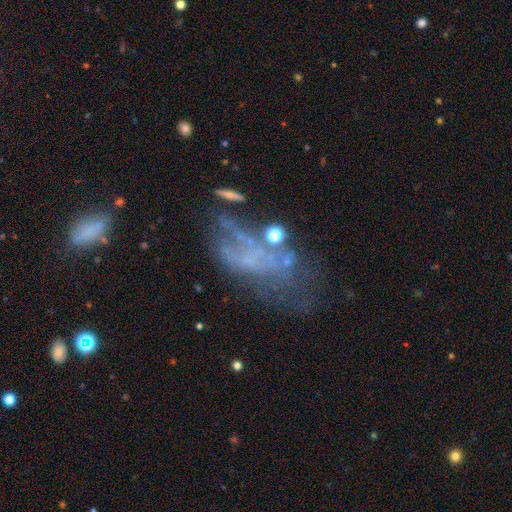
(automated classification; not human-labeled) Smooth or featured?
  - featured or disk: 57% *
  - smooth: 22%
  - star or artifact: 21%
Edge-on disk?
  - no: 95% *
  - yes: 5%
Bar?
  - no: 85% *
  - weak: 11%
  - strong: 4%
Spiral arms?
  - no: 77% *
  - yes: 23%
Bulge size?
  - none: 77% *
  - small: 14%
  - moderate: 6%
  - large: 2%
  - dominant: 1%
Merging?
  - major disturbance: 40% *
  - none: 29%
  - minor disturbance: 19%
  - merger: 12%